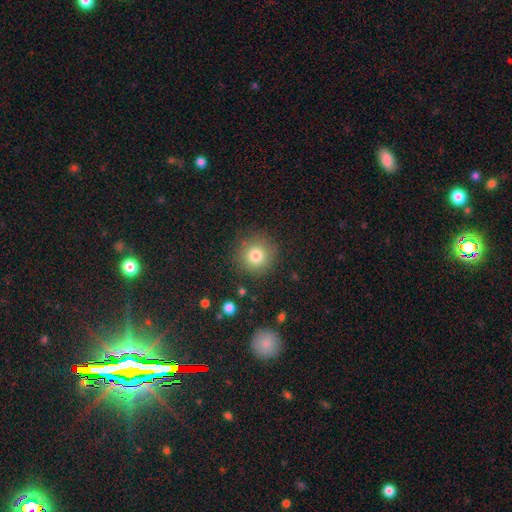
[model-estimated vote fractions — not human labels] Overall: smooth (80%). How rounded: round (94%). Merging: none (86%).